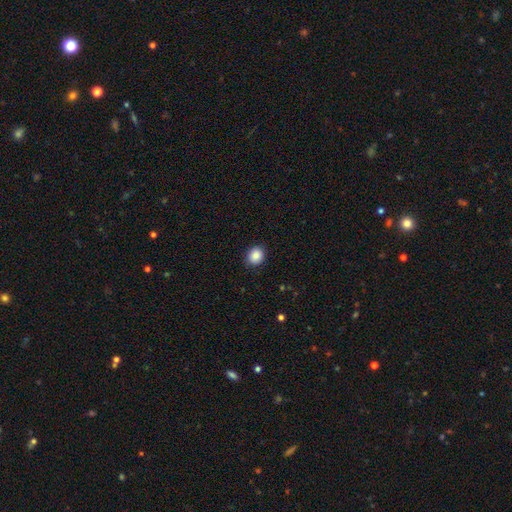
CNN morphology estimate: Overall: smooth (88%). How rounded: round (70%). Merging: none (89%).